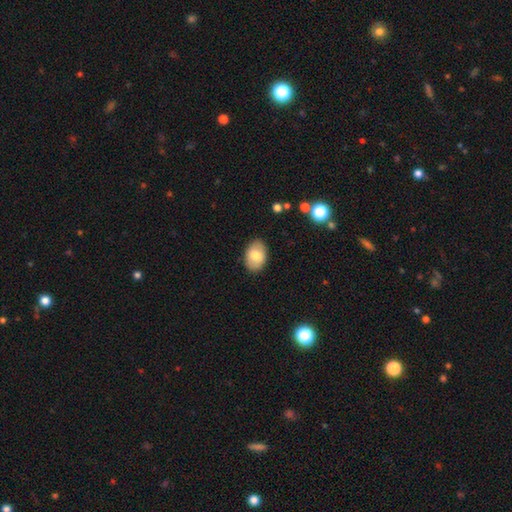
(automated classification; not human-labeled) Q: Smooth or featured?
A: smooth (74%); runner-up: featured or disk (19%)
Q: How rounded?
A: in between (86%); runner-up: round (13%)
Q: Merging?
A: none (86%); runner-up: minor disturbance (10%)